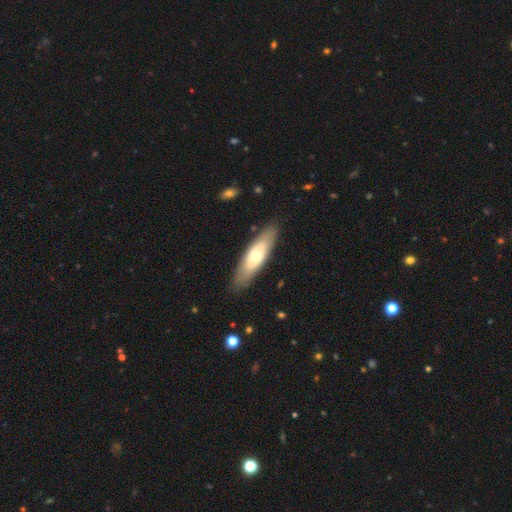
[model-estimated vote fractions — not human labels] Smooth or featured: smooth — 53% (featured or disk — 42%)
How rounded: cigar-shaped — 50% (in between — 48%)
Merging: none — 85% (minor disturbance — 11%)